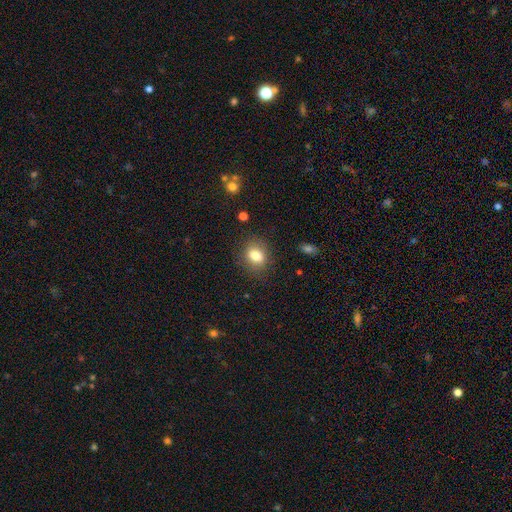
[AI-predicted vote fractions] This appears to be a smooth galaxy with no disk features (81%) that is in between round and cigar-shaped (56%). Merging: none (81%).